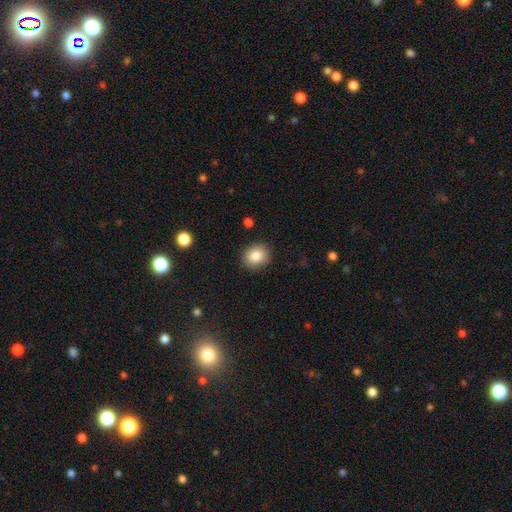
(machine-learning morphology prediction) This appears to be a smooth galaxy with no disk features (84%) that is round (76%). Merging: none (89%).